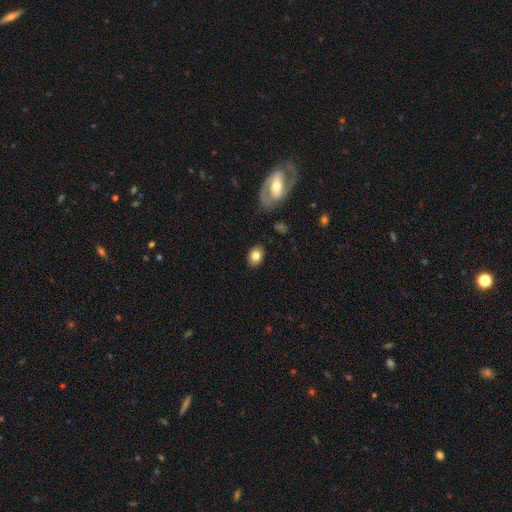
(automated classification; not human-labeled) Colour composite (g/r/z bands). It shows a smooth galaxy with no disk features (79%) that is in between round and cigar-shaped (71%). Merging: none (85%).